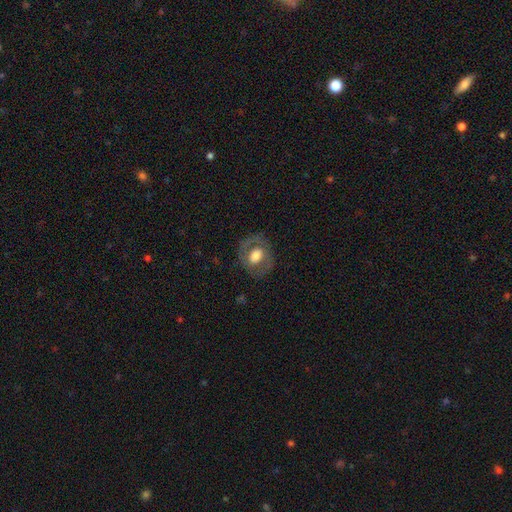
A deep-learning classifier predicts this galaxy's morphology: This is possibly a smooth galaxy (50%). Merging: likely none (76%).